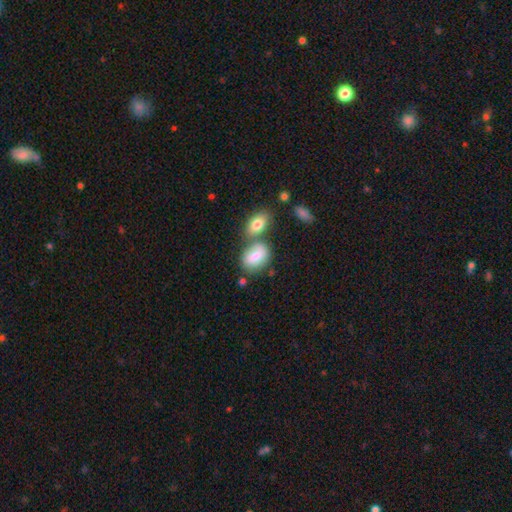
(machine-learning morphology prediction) Overall: smooth (77%). How rounded: in between (80%). Merging: none (46%; merger 35%).